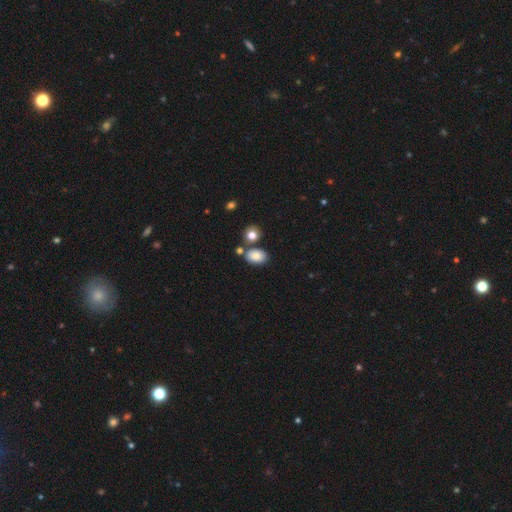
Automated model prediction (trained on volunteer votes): This appears to be a smooth galaxy with no disk features (83%) that is in between round and cigar-shaped (81%). Merging: none (67%).